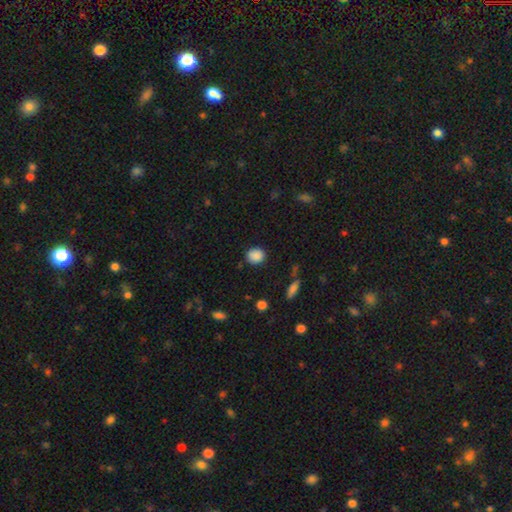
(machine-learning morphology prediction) Smooth or featured? Predicted: smooth (p=0.87). How rounded? Predicted: round (p=0.75). Merging? Predicted: none (p=0.85).